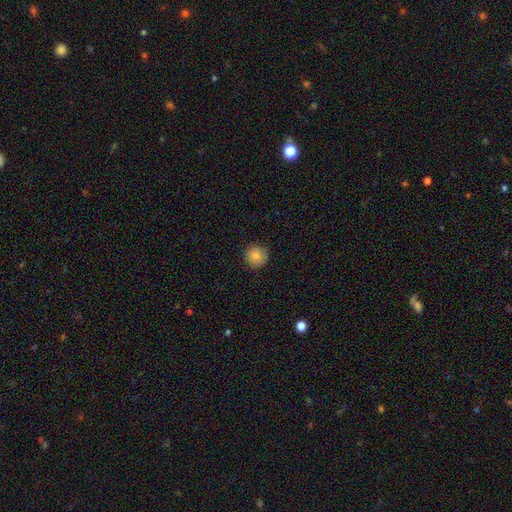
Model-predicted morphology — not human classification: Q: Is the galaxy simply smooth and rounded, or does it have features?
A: smooth — 84%.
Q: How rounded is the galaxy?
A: round — 94%.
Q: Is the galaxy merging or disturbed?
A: none — 87%.